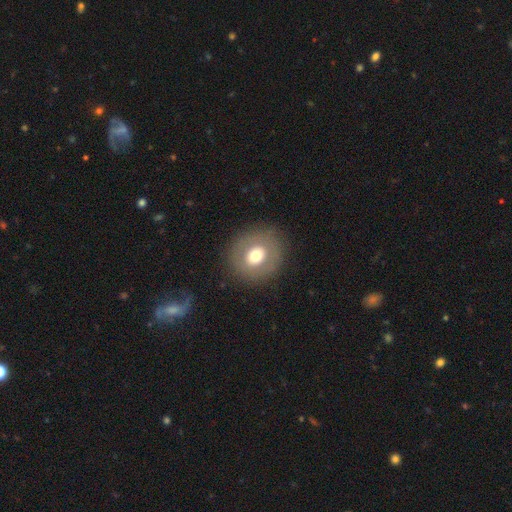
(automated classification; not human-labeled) Morphology: type=smooth (63%); roundness=round (83%); merging=none (85%).